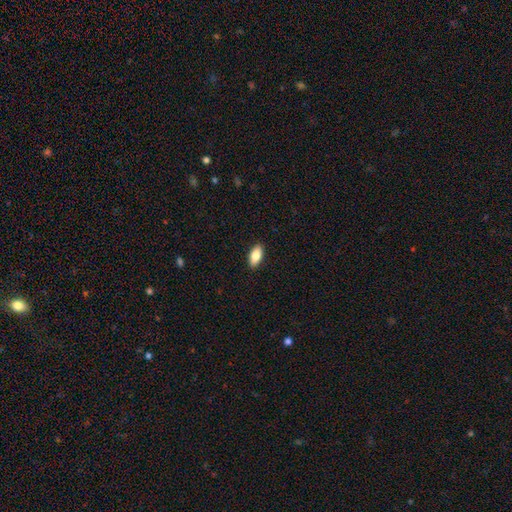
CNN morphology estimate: This is clearly a smooth galaxy (82%). How rounded: clearly in between (90%). Merging: clearly none (90%).